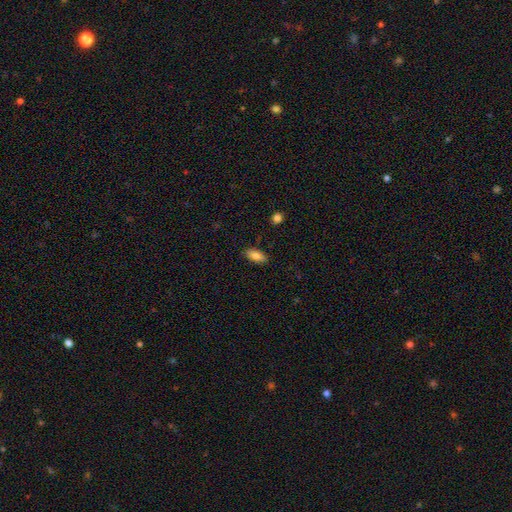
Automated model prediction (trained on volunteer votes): Smooth or featured: smooth — 82% (featured or disk — 11%)
How rounded: in between — 87% (cigar-shaped — 10%)
Merging: none — 87% (minor disturbance — 10%)